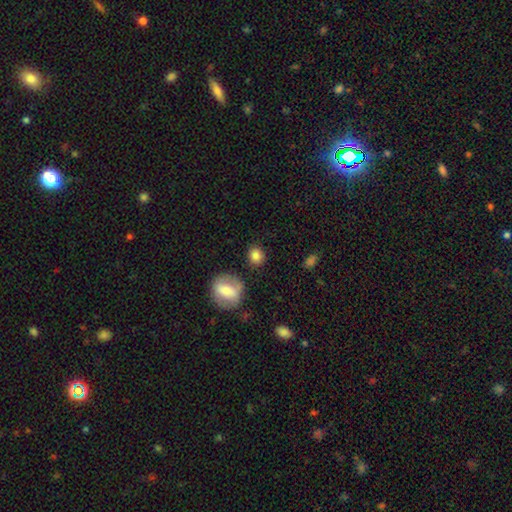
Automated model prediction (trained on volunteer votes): Morphology: type=smooth (83%); roundness=round (76%); merging=none (82%).